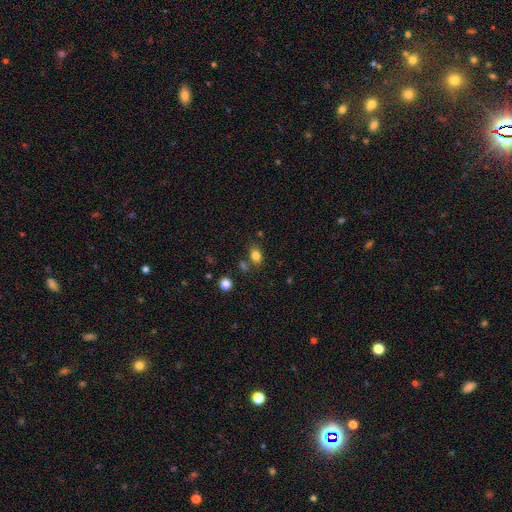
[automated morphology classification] A smooth galaxy with no disk features (82%) that is in between round and cigar-shaped (72%).

Vote fractions:
- Smooth or featured? smooth: 82% / star or artifact: 12% / featured or disk: 6%
- How rounded? in between: 72% / round: 27% / cigar-shaped: 1%
- Merging? none: 71% / minor disturbance: 14% / merger: 10% / major disturbance: 4%